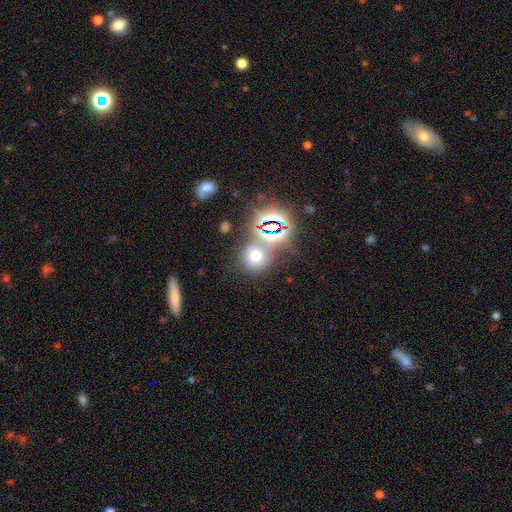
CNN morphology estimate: Smooth or featured: smooth — 58% (star or artifact — 32%)
How rounded: round — 85% (in between — 14%)
Merging: none — 64% (merger — 20%)